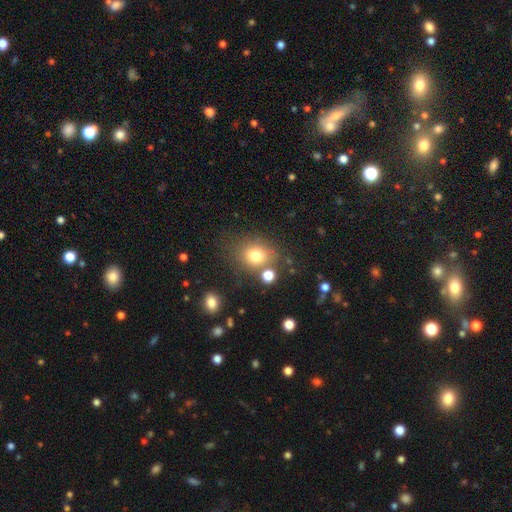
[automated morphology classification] The model was most divided on "how rounded": round: 63%, in between: 36%, cigar-shaped: 1%. More confident: smooth or featured — smooth (77%); merging — none (68%).